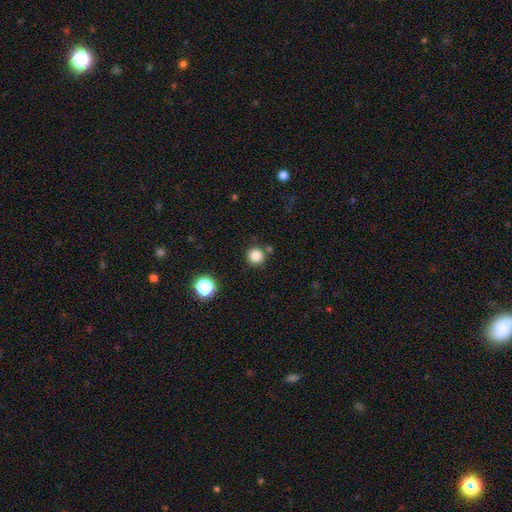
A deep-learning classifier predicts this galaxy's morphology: A smooth galaxy with no disk features (84%) that is round (95%).

Vote fractions:
- Smooth or featured? smooth: 84% / star or artifact: 12% / featured or disk: 4%
- How rounded? round: 95% / in between: 4% / cigar-shaped: 1%
- Merging? none: 84% / minor disturbance: 7% / merger: 6% / major disturbance: 2%